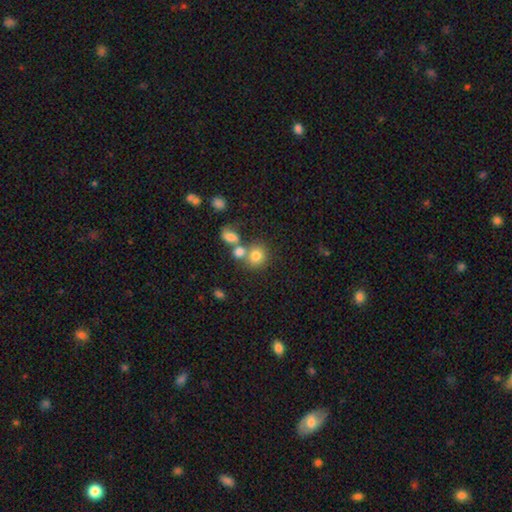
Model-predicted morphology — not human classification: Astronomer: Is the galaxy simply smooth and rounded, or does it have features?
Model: smooth — 76%.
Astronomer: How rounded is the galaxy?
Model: round — 80%.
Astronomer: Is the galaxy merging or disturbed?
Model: none — 49% (runner-up: merger, 35%).